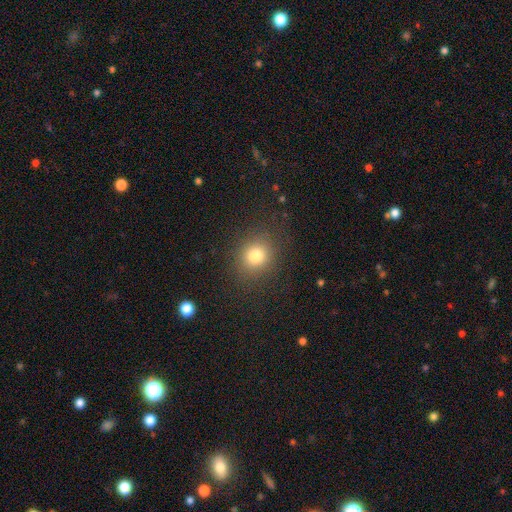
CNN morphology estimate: type=smooth (77%); roundness=round (76%); merging=none (85%).